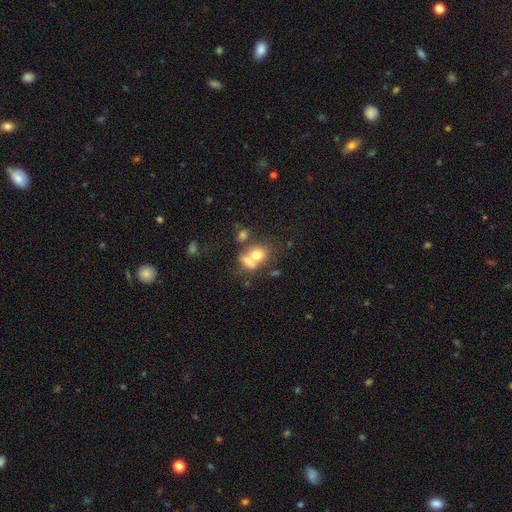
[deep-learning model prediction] Smooth or featured? smooth (68%)
How rounded? in between (50%)
Merging? merger (56%)